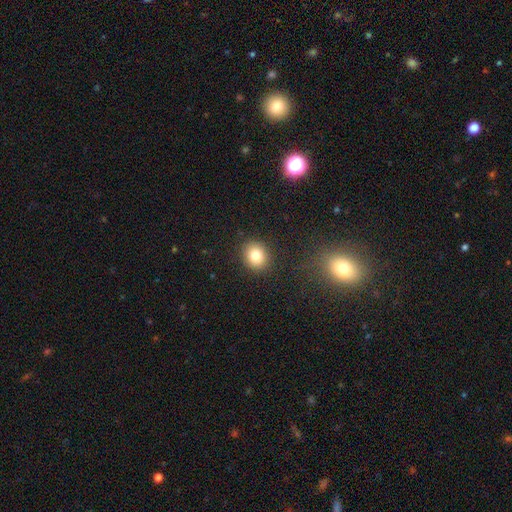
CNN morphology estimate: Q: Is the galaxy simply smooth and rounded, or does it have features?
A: smooth — 81%.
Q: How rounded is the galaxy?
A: round — 65%.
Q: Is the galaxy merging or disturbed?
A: none — 89%.